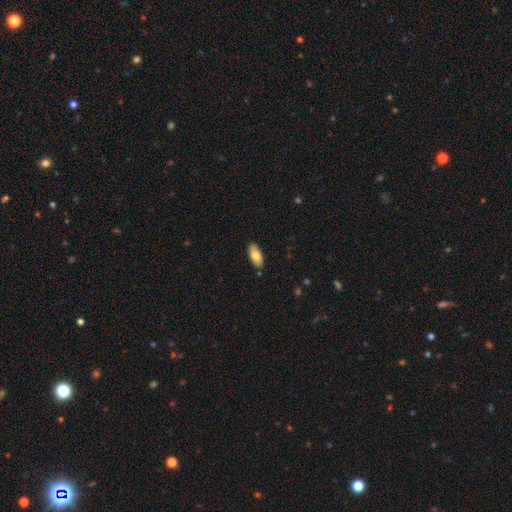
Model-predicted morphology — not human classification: smooth_or_featured: smooth (p=0.79) [alt: featured or disk p=0.15]
how_rounded: in between (p=0.90) [alt: cigar-shaped p=0.08]
merging: none (p=0.87) [alt: minor disturbance p=0.10]